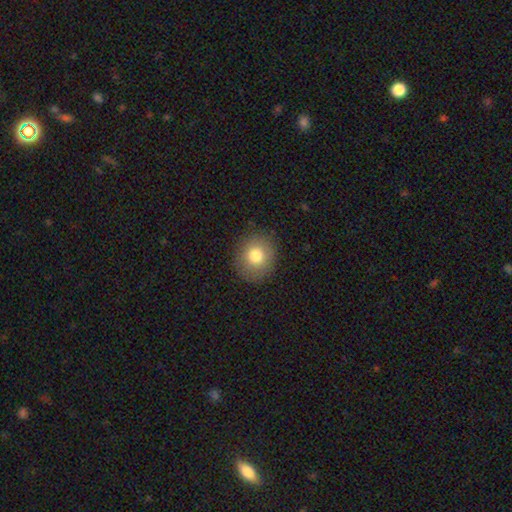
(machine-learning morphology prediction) The model was most divided on "how rounded": round: 81%, in between: 18%, cigar-shaped: 1%. More confident: merging — none (88%); smooth or featured — smooth (78%).